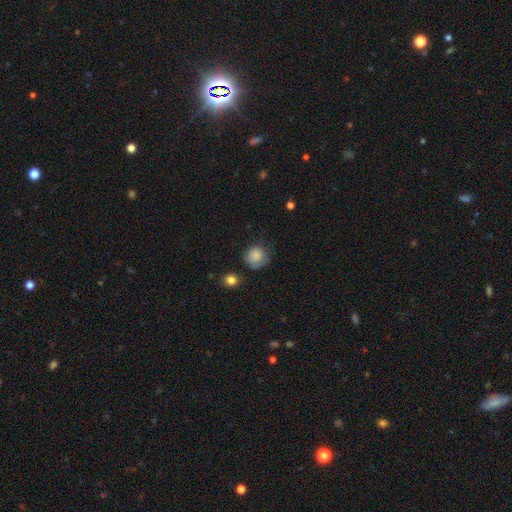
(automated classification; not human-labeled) This appears to be a smooth galaxy with no disk features (79%) that is round (82%). Merging: none (57%).